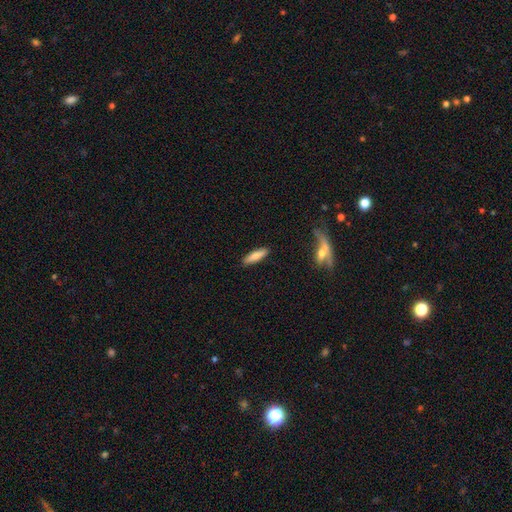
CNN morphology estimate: This is likely a smooth galaxy (76%). How rounded: likely cigar-shaped (69%). Merging: clearly none (88%).